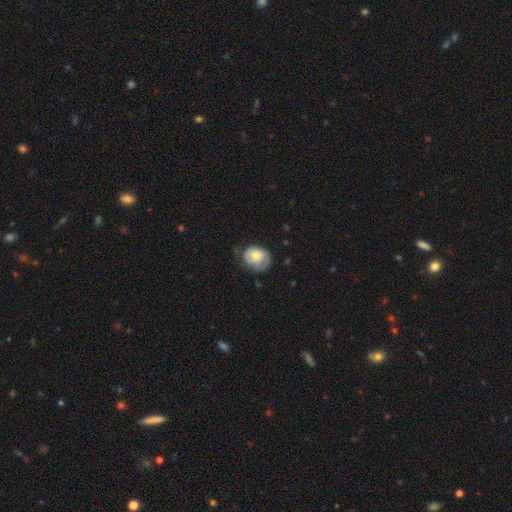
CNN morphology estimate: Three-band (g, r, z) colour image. It shows a smooth galaxy with no disk features (70%) that is round (59%). Merging: none (49%).